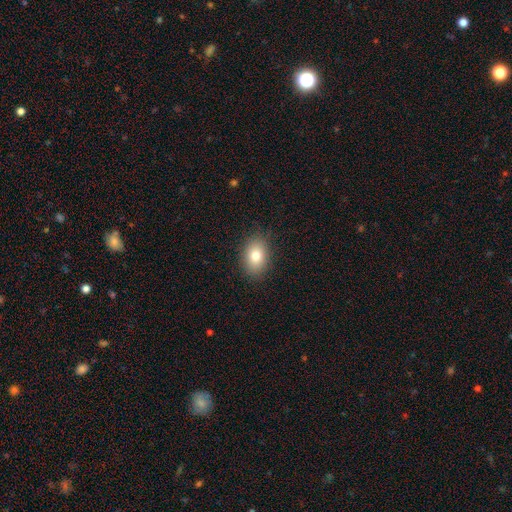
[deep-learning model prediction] smooth_or_featured: smooth (p=0.79) [alt: featured or disk p=0.11]
how_rounded: in between (p=0.80) [alt: round p=0.19]
merging: none (p=0.87) [alt: minor disturbance p=0.10]